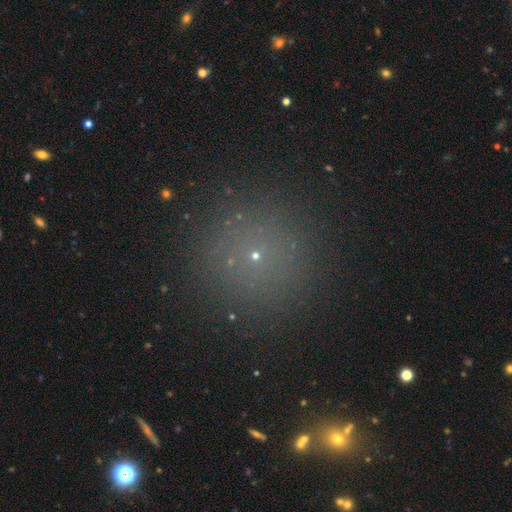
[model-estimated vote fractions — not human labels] Smooth or featured?
  - smooth: 59% *
  - star or artifact: 32%
  - featured or disk: 9%
How rounded?
  - round: 96% *
  - in between: 3%
  - cigar-shaped: 1%
Merging?
  - none: 91% *
  - minor disturbance: 5%
  - major disturbance: 2%
  - merger: 1%